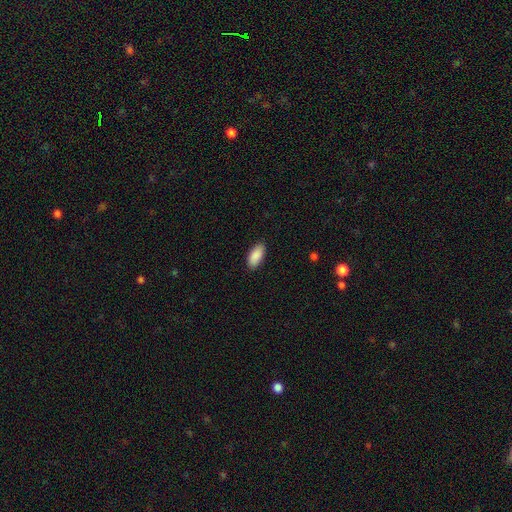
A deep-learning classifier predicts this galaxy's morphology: Smooth or featured? Predicted: smooth (p=0.90). How rounded? Predicted: in between (p=0.92). Merging? Predicted: none (p=0.89).